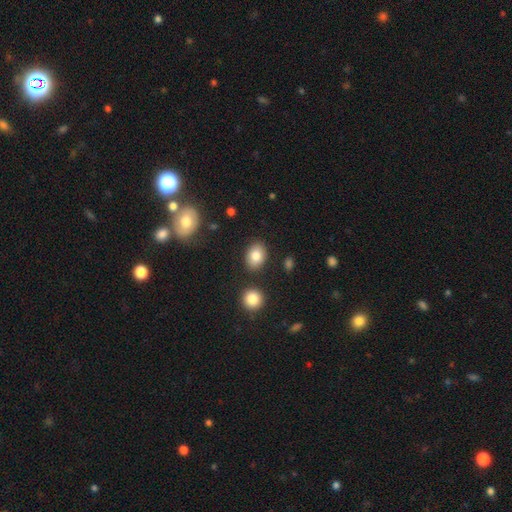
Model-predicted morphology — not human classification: This appears to be a smooth galaxy with no disk features (82%) that is in between round and cigar-shaped (70%). Merging: none (84%).